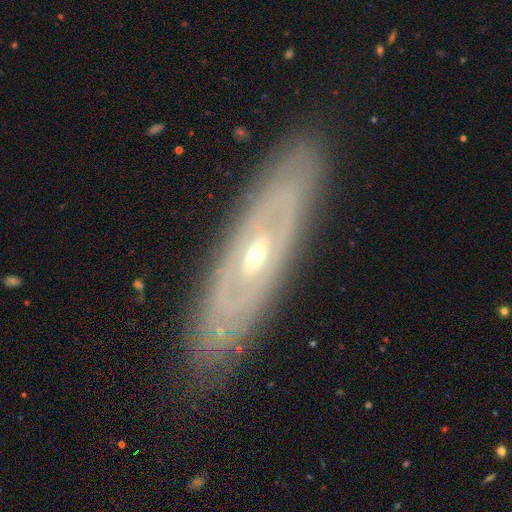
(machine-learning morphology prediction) smooth_or_featured: featured or disk (p=0.75) [alt: smooth p=0.17]
disk_edge_on: no (p=0.68) [alt: yes p=0.32]
bar: no (p=0.79) [alt: weak p=0.15]
has_spiral_arms: yes (p=0.58) [alt: no p=0.42]
bulge_size: small (p=0.54) [alt: moderate p=0.42]
merging: none (p=0.88) [alt: minor disturbance p=0.09]